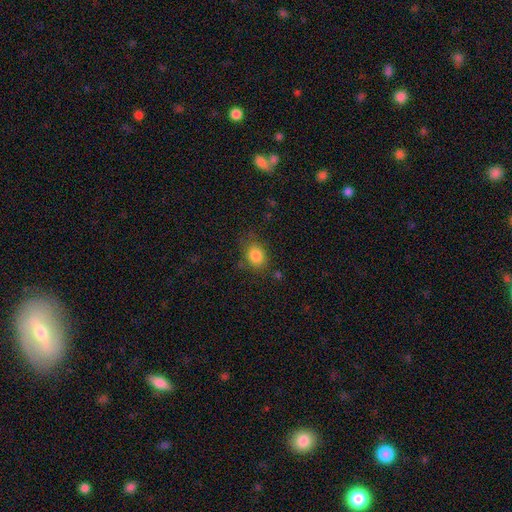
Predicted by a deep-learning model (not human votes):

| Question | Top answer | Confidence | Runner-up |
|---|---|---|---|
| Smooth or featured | smooth | 84% | star or artifact (10%) |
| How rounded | in between | 50% | round (48%) |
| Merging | none | 69% | minor disturbance (21%) |